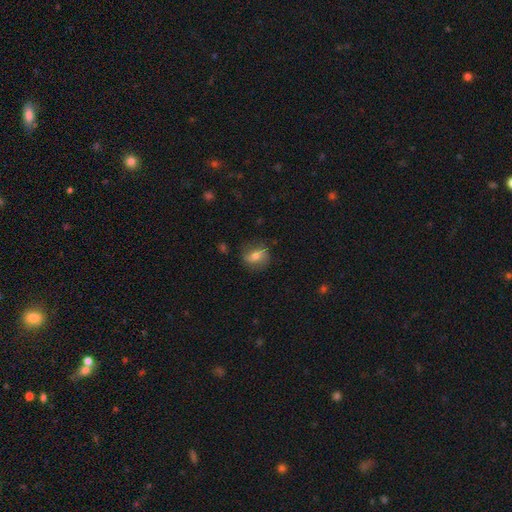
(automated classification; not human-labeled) This appears to be a smooth galaxy with no disk features (52%) that is in between round and cigar-shaped (61%). Merging: none (74%).